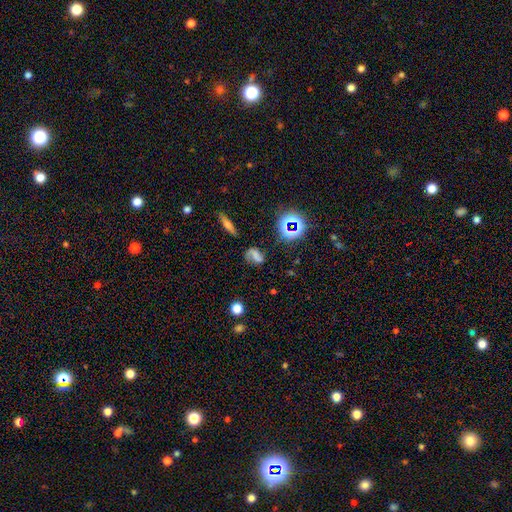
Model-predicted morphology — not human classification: Smooth or featured?
  - featured or disk: 40% *
  - smooth: 38%
  - star or artifact: 21%
Merging?
  - none: 58% *
  - minor disturbance: 22%
  - major disturbance: 15%
  - merger: 5%